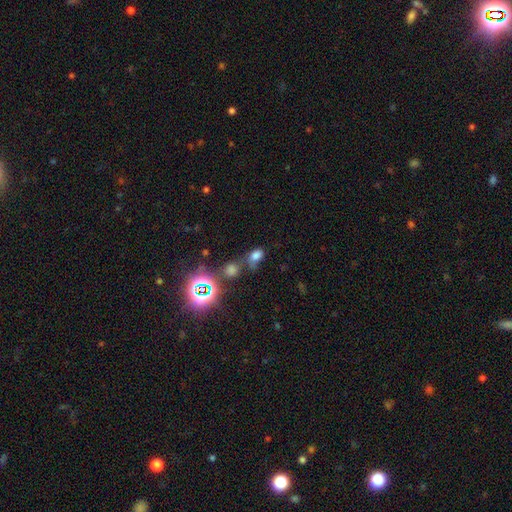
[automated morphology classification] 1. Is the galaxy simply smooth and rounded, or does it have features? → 63% smooth, 27% star or artifact, 10% featured or disk.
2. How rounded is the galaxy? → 76% in between, 22% round, 2% cigar-shaped.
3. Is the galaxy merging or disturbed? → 39% none, 29% merger, 19% minor disturbance, 13% major disturbance.